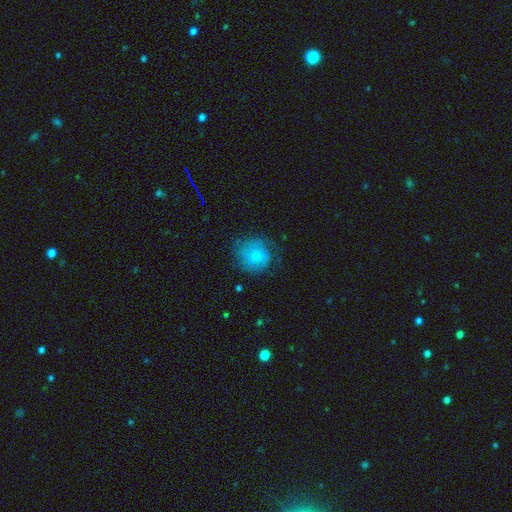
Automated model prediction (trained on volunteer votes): Morphology: type=smooth (59%); roundness=round (81%); merging=none (56%).